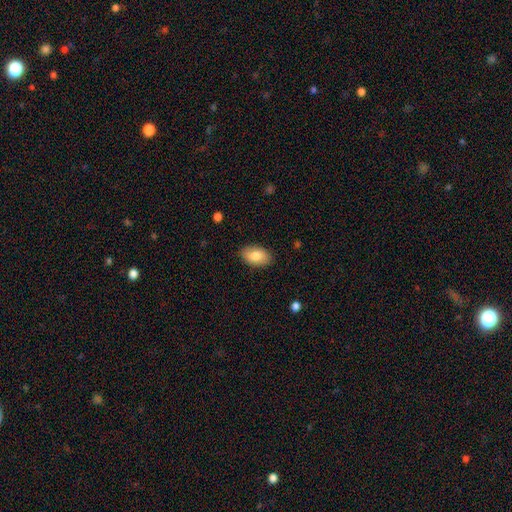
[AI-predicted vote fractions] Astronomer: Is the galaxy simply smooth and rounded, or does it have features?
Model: smooth — 83%.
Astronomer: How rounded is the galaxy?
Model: in between — 92%.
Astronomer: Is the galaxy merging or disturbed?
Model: none — 87%.